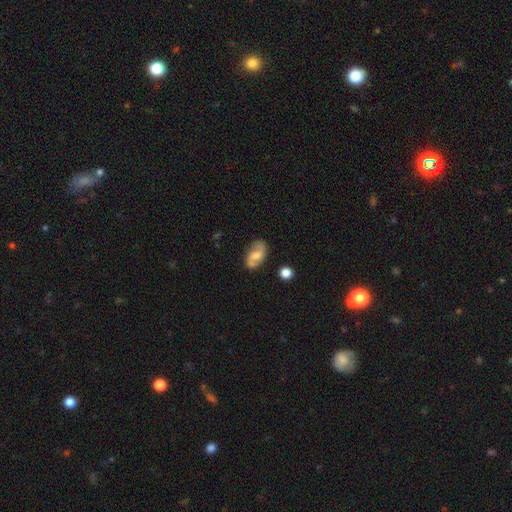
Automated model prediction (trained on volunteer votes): smooth-or-featured: featured or disk: 54% | smooth: 38% | star or artifact: 8%
  disk-edge-on: no: 95% | yes: 5%
    bar: weak: 45% | no: 43% | strong: 12%
    has-spiral-arms: yes: 82% | no: 18%
    bulge-size: moderate: 45% | small: 23% | large: 17% | none: 13% | dominant: 2%
  merging: none: 72% | minor disturbance: 19% | major disturbance: 5% | merger: 4%